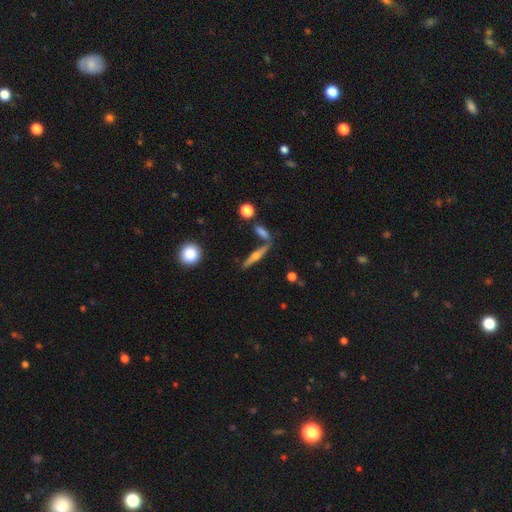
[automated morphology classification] smooth_or_featured: featured or disk (p=0.66) [alt: smooth p=0.27]
disk_edge_on: yes (p=0.95) [alt: no p=0.05]
edge_on_bulge: rounded (p=0.91) [alt: none p=0.05]
merging: none (p=0.73) [alt: merger p=0.12]